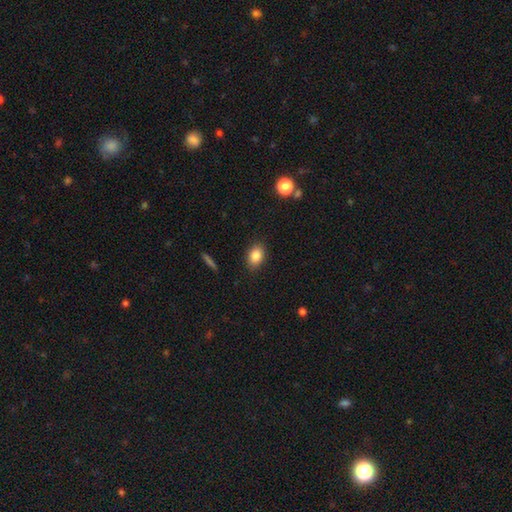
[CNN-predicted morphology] Smooth or featured? Predicted: smooth (p=0.84). How rounded? Predicted: in between (p=0.76). Merging? Predicted: none (p=0.87).